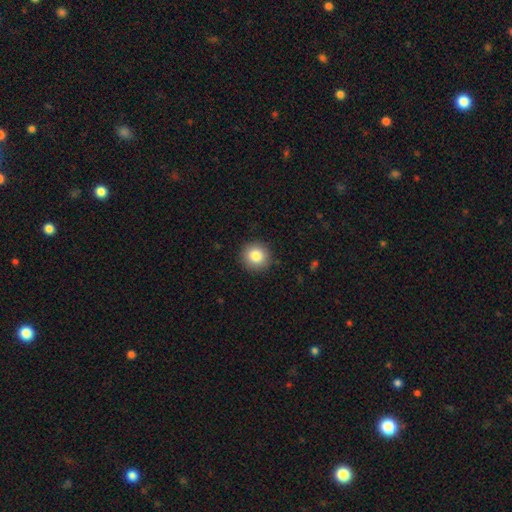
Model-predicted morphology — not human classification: Smooth or featured? smooth (84%)
How rounded? round (92%)
Merging? none (91%)